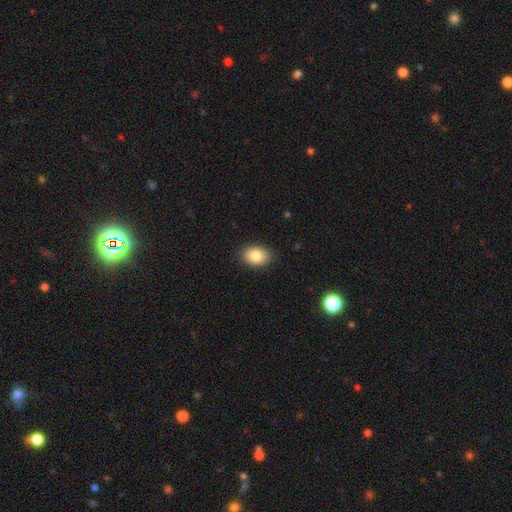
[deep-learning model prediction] Smooth or featured: smooth — 84% (featured or disk — 8%)
How rounded: in between — 79% (round — 20%)
Merging: none — 88% (minor disturbance — 9%)